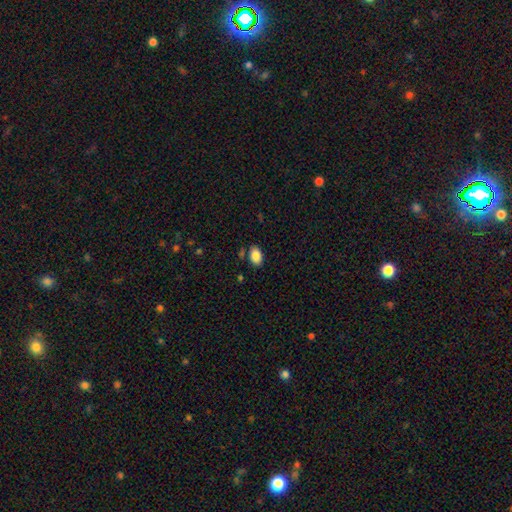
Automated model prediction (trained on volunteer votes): Smooth or featured?
  - smooth: 87% *
  - star or artifact: 8%
  - featured or disk: 5%
How rounded?
  - in between: 89% *
  - round: 10%
  - cigar-shaped: 1%
Merging?
  - none: 82% *
  - minor disturbance: 11%
  - merger: 4%
  - major disturbance: 3%